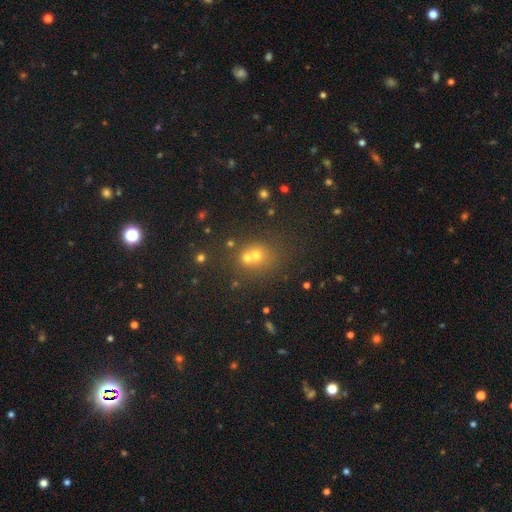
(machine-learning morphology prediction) Smooth or featured: smooth — 58% (star or artifact — 24%)
How rounded: round — 77% (in between — 22%)
Merging: merger — 46% (none — 42%)